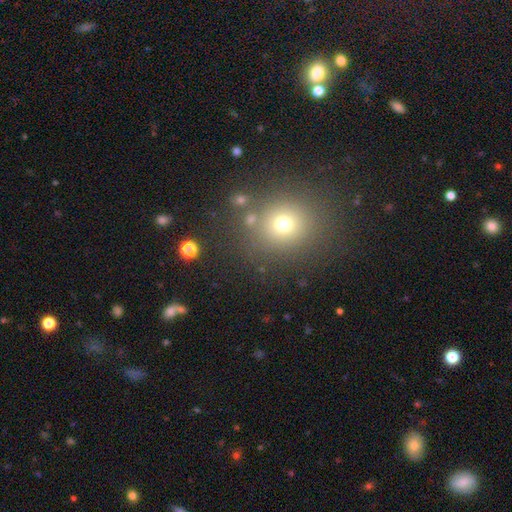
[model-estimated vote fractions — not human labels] Smooth or featured? smooth (60%)
How rounded? round (83%)
Merging? none (83%)